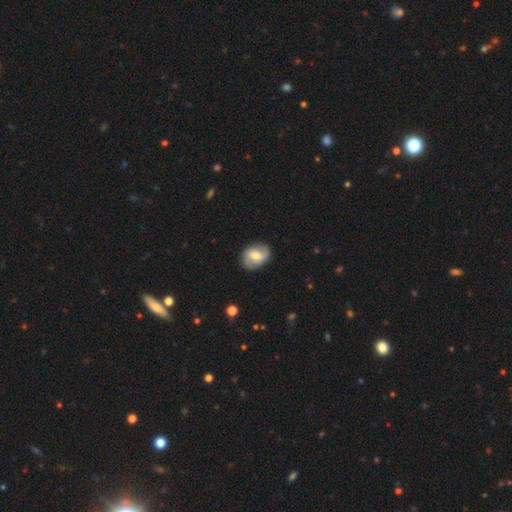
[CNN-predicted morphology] featured or disk 50%, smooth 43%, star or artifact 7%. Down the decision tree: edge-on disk — no (96%); merging — none (83%).